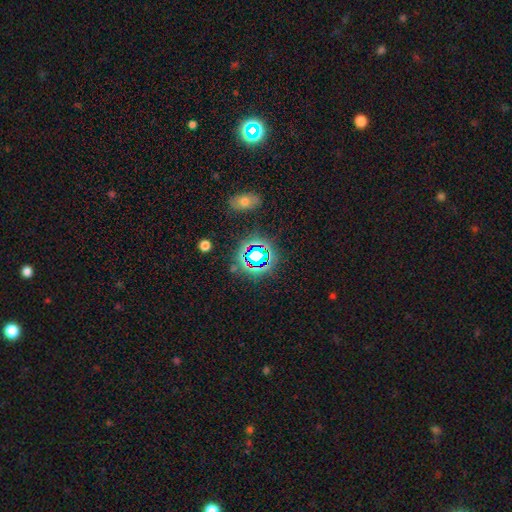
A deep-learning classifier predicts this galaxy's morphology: Smooth or featured?
  - star or artifact: 68% *
  - smooth: 21%
  - featured or disk: 11%